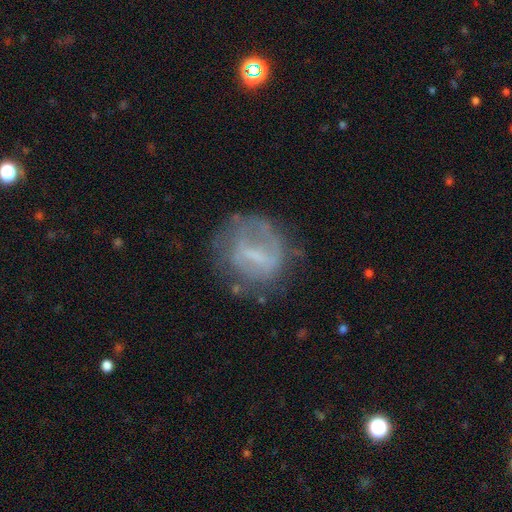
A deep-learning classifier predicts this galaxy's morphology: This appears to be a featured or disk galaxy (59%) with a weak bar (44%), no spiral arms (55%) and a small central bulge (39%). Merging: none (59%).